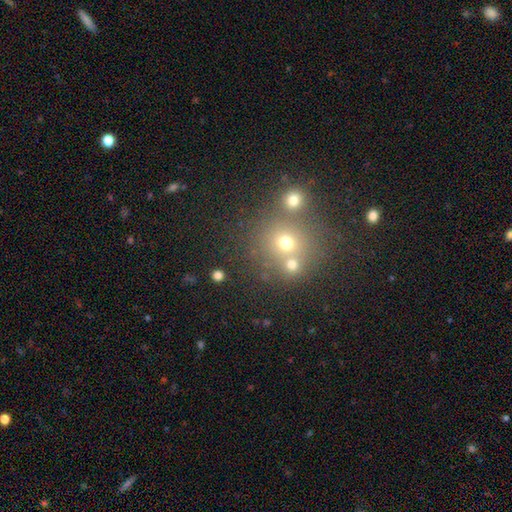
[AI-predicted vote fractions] A smooth galaxy with no disk features (49%). Merging: none (57%).